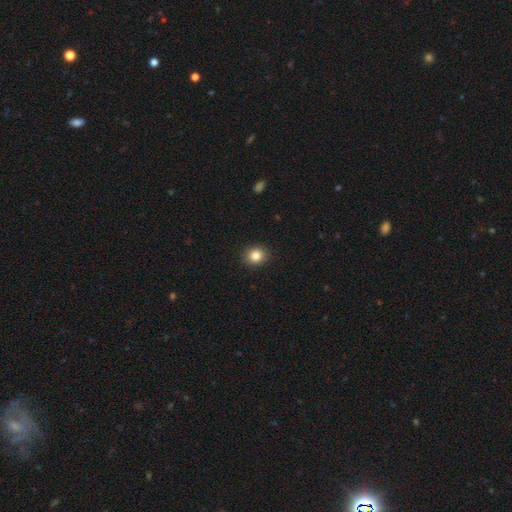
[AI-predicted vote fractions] Q: Smooth or featured?
A: smooth (84%); runner-up: star or artifact (10%)
Q: How rounded?
A: round (78%); runner-up: in between (22%)
Q: Merging?
A: none (91%); runner-up: minor disturbance (6%)